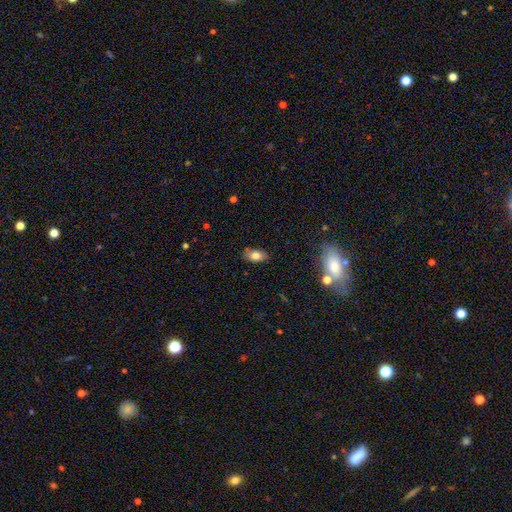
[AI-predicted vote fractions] The model was most divided on "smooth or featured": smooth: 78%, featured or disk: 12%, star or artifact: 9%. More confident: how rounded — in between (90%); merging — none (82%).